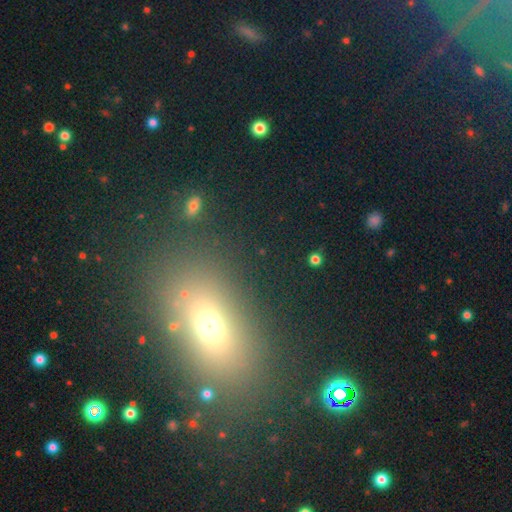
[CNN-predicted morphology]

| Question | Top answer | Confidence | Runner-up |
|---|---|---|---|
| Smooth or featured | smooth | 54% | star or artifact (31%) |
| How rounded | in between | 70% | round (21%) |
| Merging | none | 82% | minor disturbance (10%) |